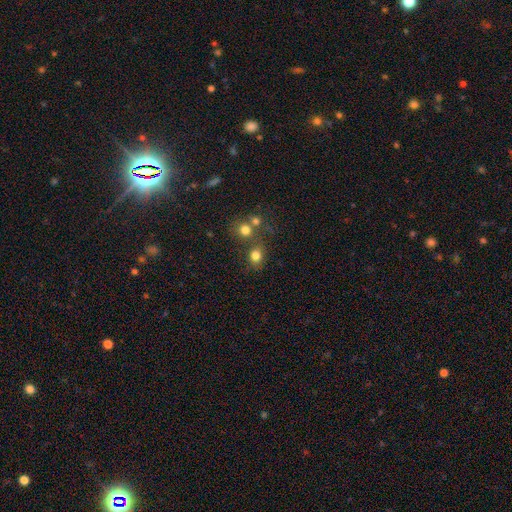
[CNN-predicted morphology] This appears to be a smooth galaxy with no disk features (78%) that is round (69%). Merging: none (59%).